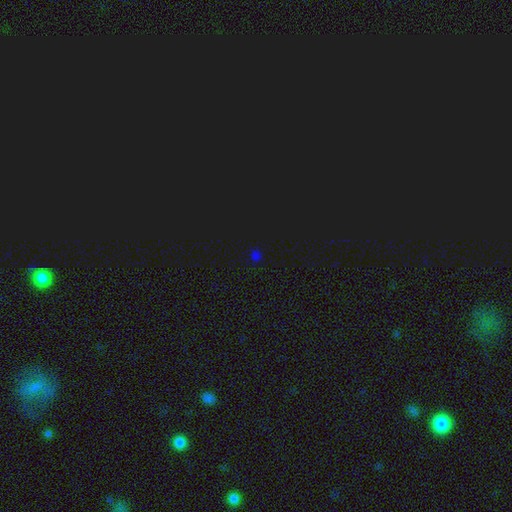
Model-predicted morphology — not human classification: star or artifact 53%, smooth 43%, featured or disk 5%.